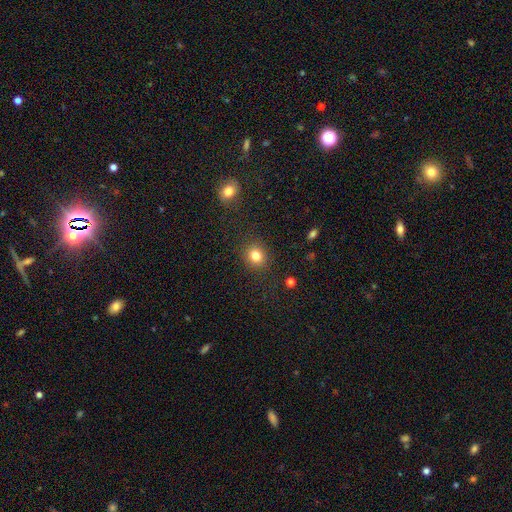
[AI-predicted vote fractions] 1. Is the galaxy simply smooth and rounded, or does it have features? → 82% smooth, 12% star or artifact, 7% featured or disk.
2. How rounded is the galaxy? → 80% round, 19% in between, 1% cigar-shaped.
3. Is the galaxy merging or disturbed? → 88% none, 7% minor disturbance, 3% major disturbance, 2% merger.